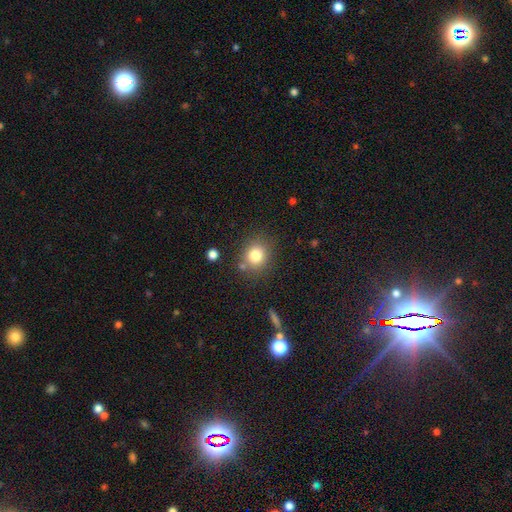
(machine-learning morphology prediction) A smooth galaxy with no disk features (81%) that is round (78%).

Vote fractions:
- Smooth or featured? smooth: 81% / star or artifact: 12% / featured or disk: 8%
- How rounded? round: 78% / in between: 21% / cigar-shaped: 1%
- Merging? none: 78% / minor disturbance: 11% / merger: 7% / major disturbance: 4%